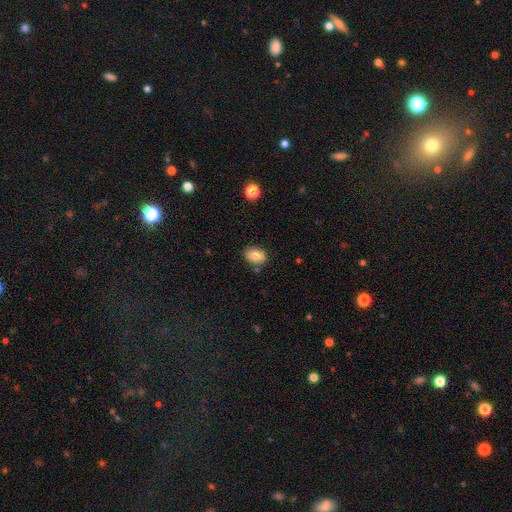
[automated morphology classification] Smooth or featured: smooth — 85% (star or artifact — 8%)
How rounded: in between — 78% (round — 21%)
Merging: none — 82% (minor disturbance — 12%)